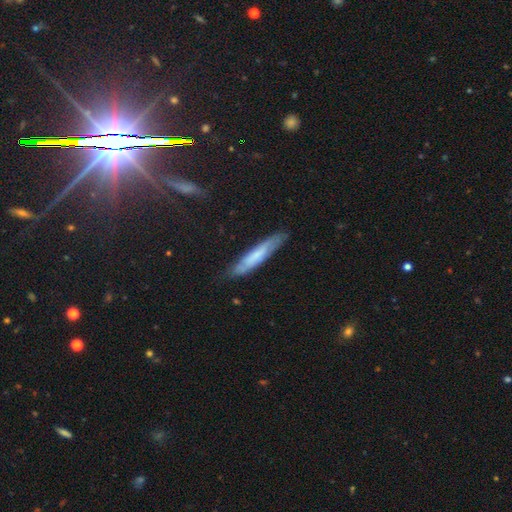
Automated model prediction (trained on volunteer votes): Overall: smooth (52%; featured or disk 41%). How rounded: cigar-shaped (90%). Merging: none (78%).